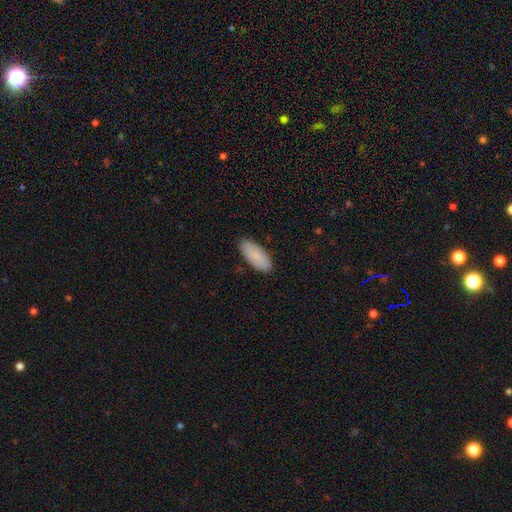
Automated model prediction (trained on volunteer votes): Overall: smooth (87%). How rounded: in between (87%). Merging: none (88%).